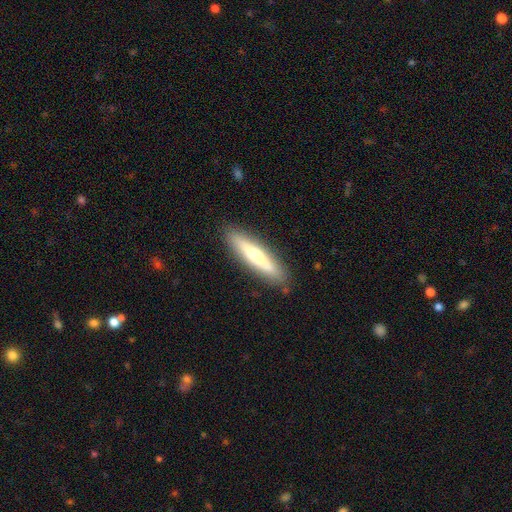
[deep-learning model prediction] Smooth or featured?
  - smooth: 54% *
  - featured or disk: 40%
  - star or artifact: 6%
How rounded?
  - cigar-shaped: 85% *
  - in between: 13%
  - round: 1%
Merging?
  - none: 87% *
  - minor disturbance: 9%
  - major disturbance: 2%
  - merger: 1%